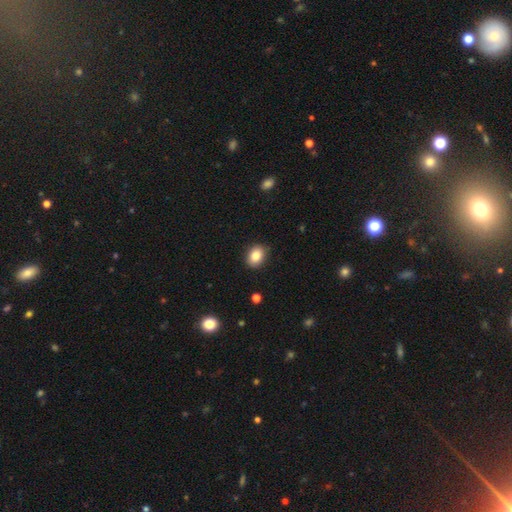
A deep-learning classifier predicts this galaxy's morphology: Smooth or featured? Predicted: smooth (p=0.85). How rounded? Predicted: in between (p=0.65). Merging? Predicted: none (p=0.87).